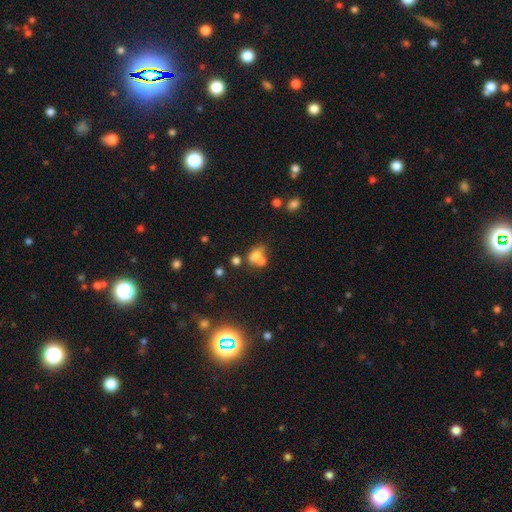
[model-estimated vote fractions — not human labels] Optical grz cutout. It shows a smooth galaxy with no disk features (65%) that is in between round and cigar-shaped (63%). Merging: merger (52%).